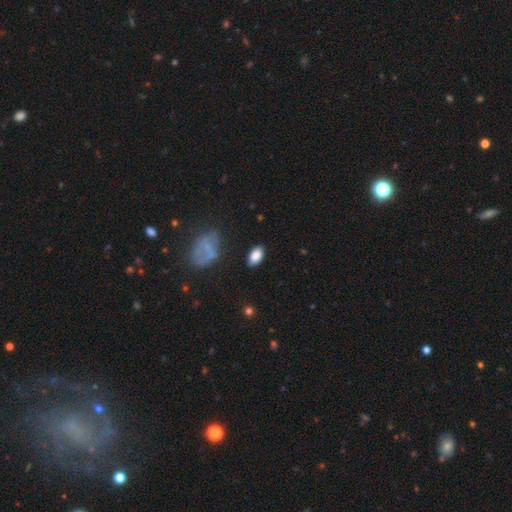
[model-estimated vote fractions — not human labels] A smooth galaxy with no disk features (85%) that is in between round and cigar-shaped (93%). Merging: none (84%).